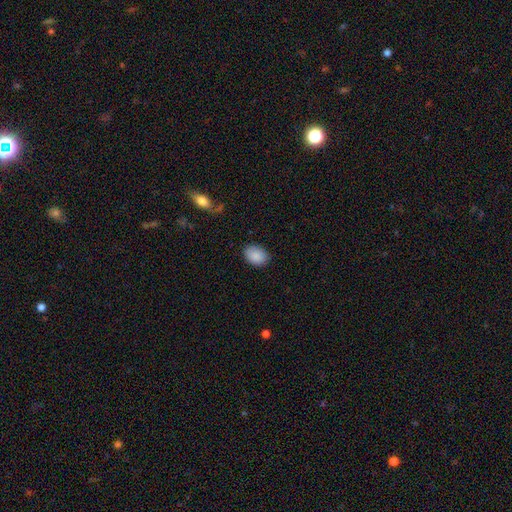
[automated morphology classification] smooth 89%, star or artifact 7%, featured or disk 4%. Down the decision tree: how rounded — in between (78%); merging — none (85%).